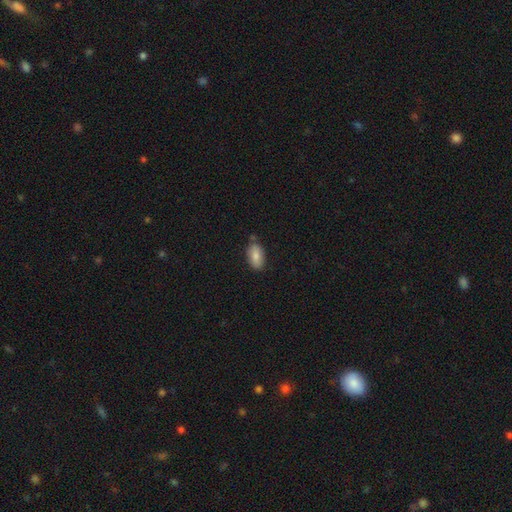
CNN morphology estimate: smooth_or_featured: smooth (p=0.83) [alt: featured or disk p=0.10]
how_rounded: in between (p=0.93) [alt: round p=0.04]
merging: none (p=0.75) [alt: minor disturbance p=0.17]